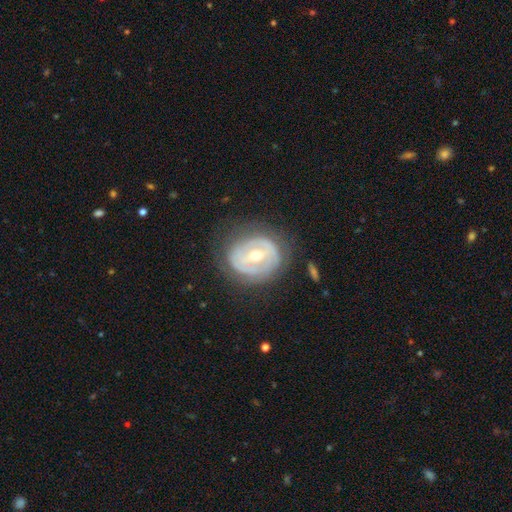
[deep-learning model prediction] Smooth or featured? Predicted: featured or disk (p=0.73). Edge-on disk? Predicted: no (p=0.96). Bar? Predicted: weak (p=0.41). Spiral arms? Predicted: yes (p=0.53). Bulge size? Predicted: moderate (p=0.61). Merging? Predicted: none (p=0.72).